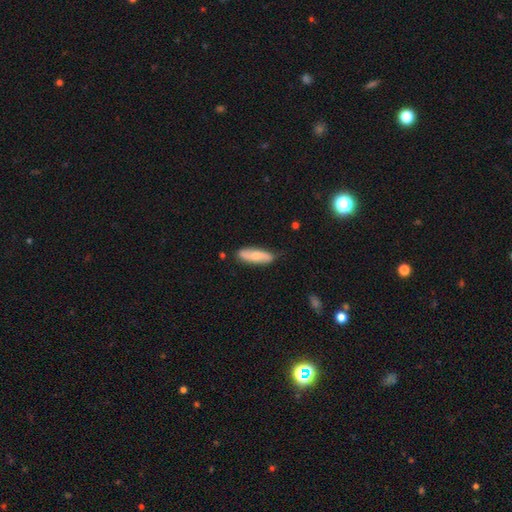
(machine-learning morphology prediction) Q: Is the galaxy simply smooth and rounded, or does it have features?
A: smooth — 63%.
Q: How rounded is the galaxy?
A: cigar-shaped — 55%.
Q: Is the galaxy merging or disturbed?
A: none — 79%.